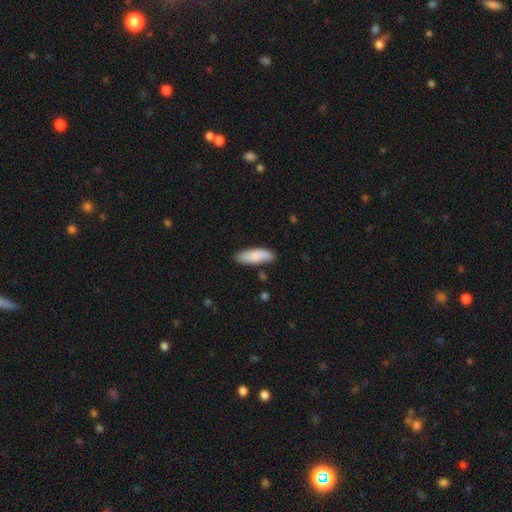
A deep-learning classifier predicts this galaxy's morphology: Overall: smooth (87%). How rounded: in between (59%; cigar-shaped 40%). Merging: none (82%).